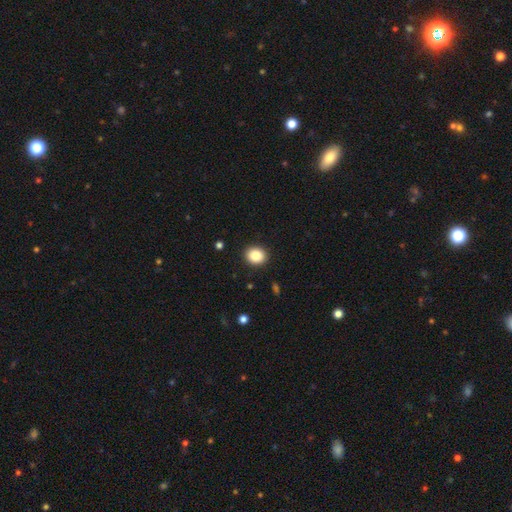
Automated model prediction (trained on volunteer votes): Smooth or featured?
  - smooth: 86% *
  - star or artifact: 9%
  - featured or disk: 5%
How rounded?
  - round: 73% *
  - in between: 26%
  - cigar-shaped: 1%
Merging?
  - none: 92% *
  - minor disturbance: 6%
  - major disturbance: 2%
  - merger: 1%